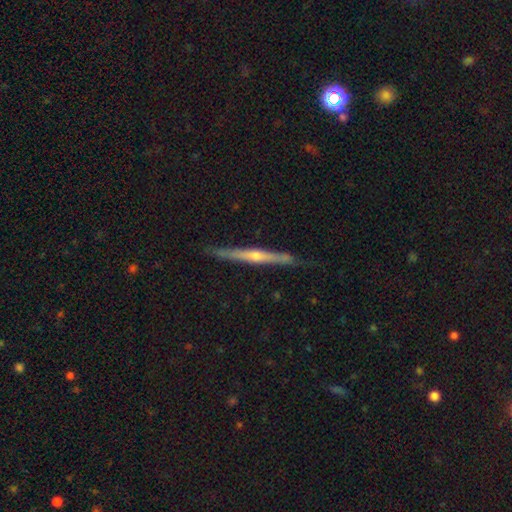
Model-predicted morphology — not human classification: Smooth or featured?
  - featured or disk: 78% *
  - smooth: 16%
  - star or artifact: 6%
Edge-on disk?
  - yes: 98% *
  - no: 2%
Edge-on bulge?
  - rounded: 76% *
  - none: 18%
  - boxy: 6%
Merging?
  - none: 89% *
  - minor disturbance: 8%
  - major disturbance: 1%
  - merger: 1%